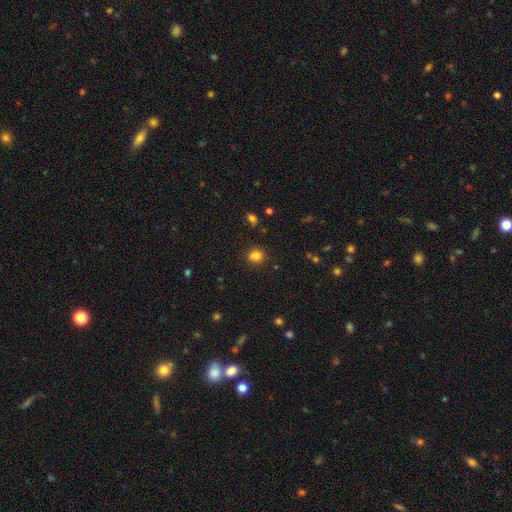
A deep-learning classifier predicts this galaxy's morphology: Smooth or featured?
  - smooth: 77% *
  - star or artifact: 16%
  - featured or disk: 7%
How rounded?
  - round: 72% *
  - in between: 27%
  - cigar-shaped: 1%
Merging?
  - none: 66% *
  - merger: 18%
  - minor disturbance: 12%
  - major disturbance: 4%